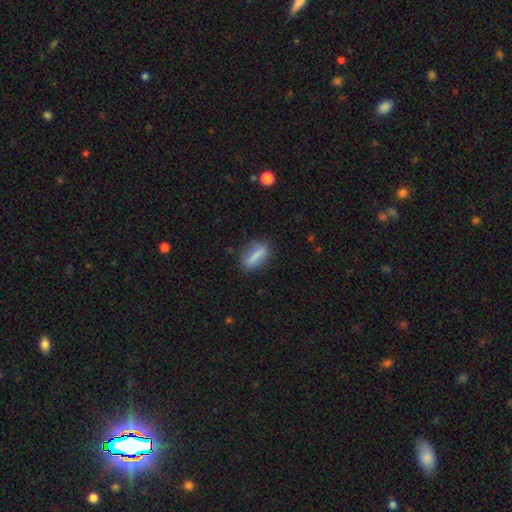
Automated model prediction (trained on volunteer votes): Overall: smooth (74%). How rounded: in between (59%; cigar-shaped 35%). Merging: none (80%).